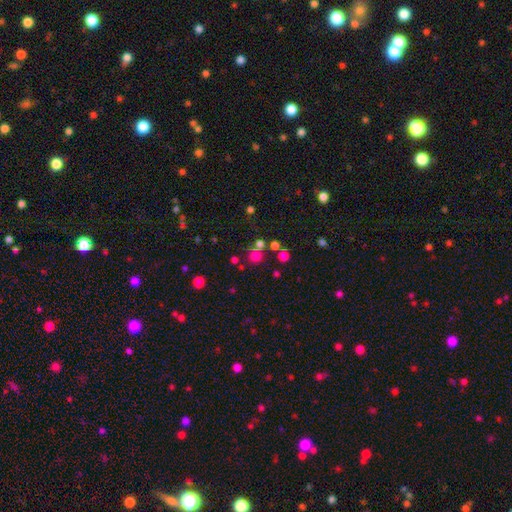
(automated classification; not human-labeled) Smooth or featured: smooth — 65% (star or artifact — 26%)
How rounded: round — 89% (in between — 10%)
Merging: none — 63% (merger — 24%)